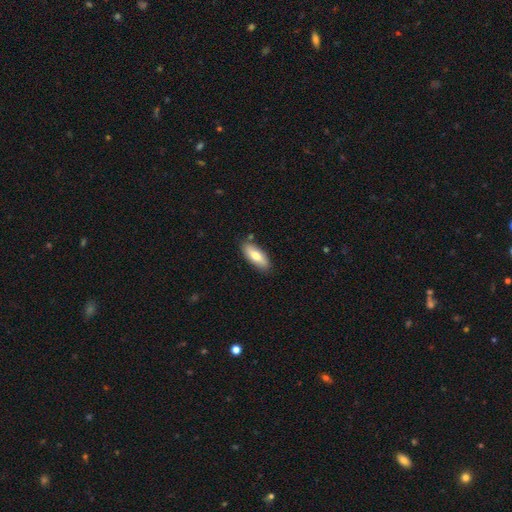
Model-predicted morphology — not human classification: A smooth galaxy with no disk features (74%) that is in between round and cigar-shaped (76%).

Vote fractions:
- Smooth or featured? smooth: 74% / featured or disk: 20% / star or artifact: 6%
- How rounded? in between: 76% / cigar-shaped: 22% / round: 2%
- Merging? none: 83% / minor disturbance: 12% / merger: 3% / major disturbance: 2%